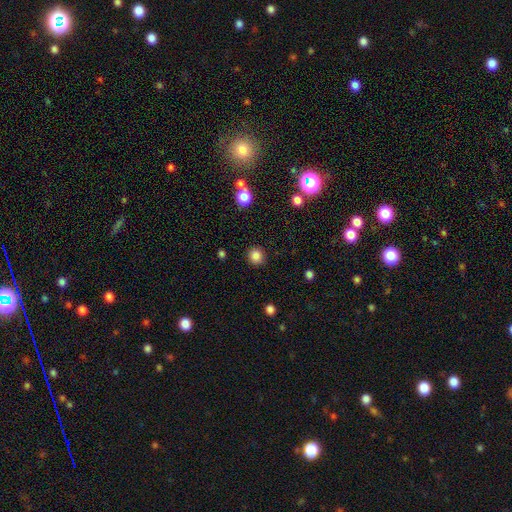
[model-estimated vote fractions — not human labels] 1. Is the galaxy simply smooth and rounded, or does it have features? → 86% smooth, 11% star or artifact, 4% featured or disk.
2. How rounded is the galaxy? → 91% round, 8% in between, 1% cigar-shaped.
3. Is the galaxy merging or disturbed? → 91% none, 6% minor disturbance, 2% major disturbance, 1% merger.